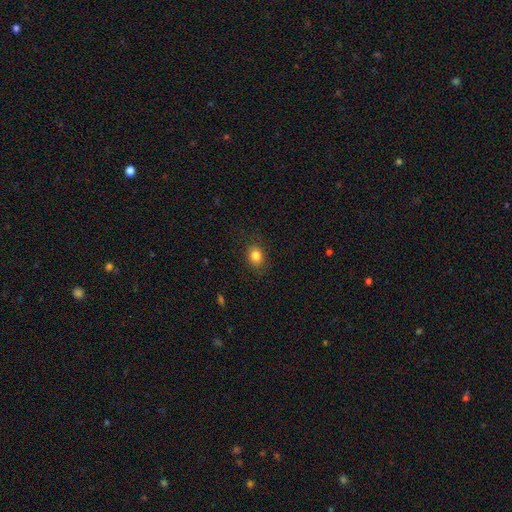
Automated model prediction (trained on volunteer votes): A smooth galaxy with no disk features (83%) that is in between round and cigar-shaped (50%). Merging: none (84%).